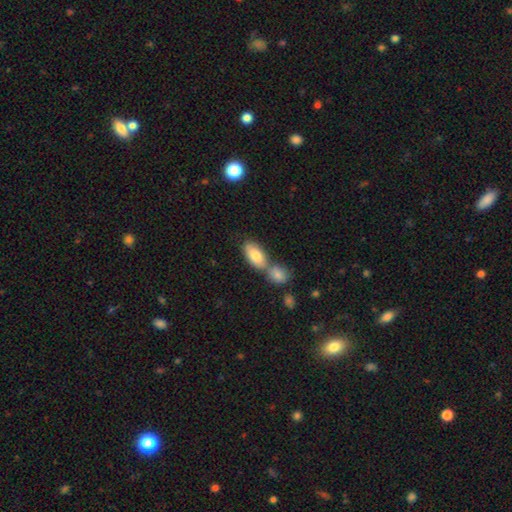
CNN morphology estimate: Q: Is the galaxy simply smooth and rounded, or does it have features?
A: smooth — 81%.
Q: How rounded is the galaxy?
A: in between — 91%.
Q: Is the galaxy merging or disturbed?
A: merger — 47%.